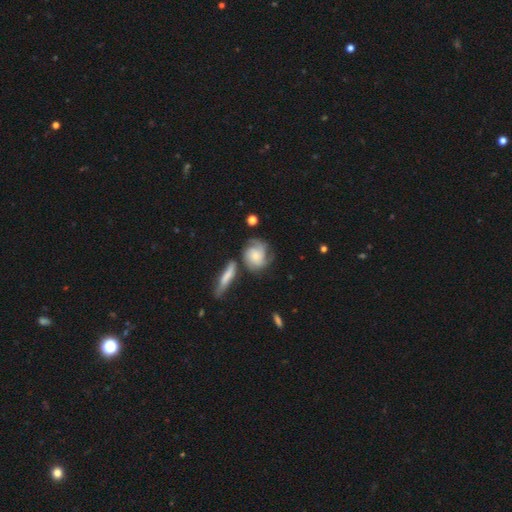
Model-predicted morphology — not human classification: The model was most divided on "spiral winding": tight: 47%, medium: 39%, loose: 14%. Remaining: edge-on disk — no (96%); spiral arms — yes (94%); bar — no (74%); smooth or featured — featured or disk (70%); merging — none (57%); bulge size — small (50%); spiral arm count — 3 (37%).